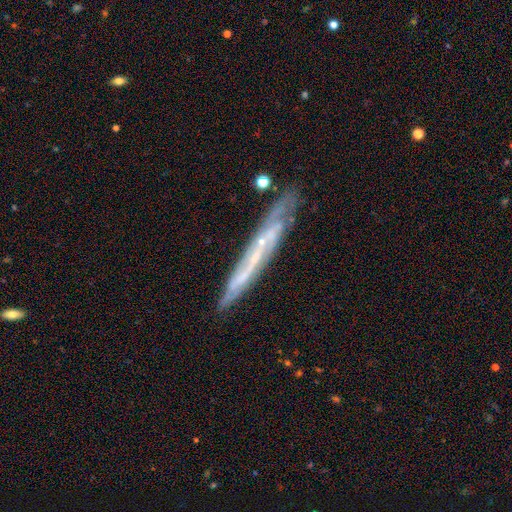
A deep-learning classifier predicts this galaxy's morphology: Q: Smooth or featured?
A: featured or disk (65%); runner-up: smooth (26%)
Q: Edge-on disk?
A: yes (78%); runner-up: no (22%)
Q: Edge-on bulge?
A: none (77%); runner-up: rounded (19%)
Q: Merging?
A: none (77%); runner-up: minor disturbance (15%)